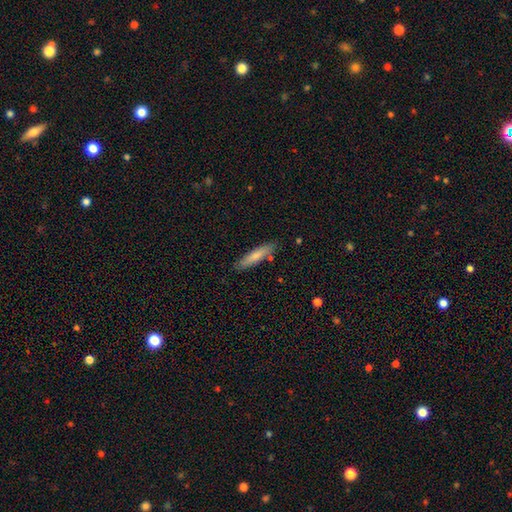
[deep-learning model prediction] Morphology: type=smooth (76%); roundness=cigar-shaped (84%); merging=none (84%).